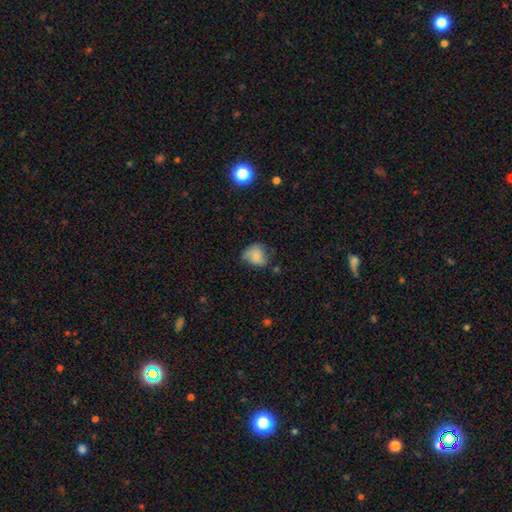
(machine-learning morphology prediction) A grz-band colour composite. It shows a smooth galaxy with no disk features (64%) that is round (56%). Merging: none (45%).